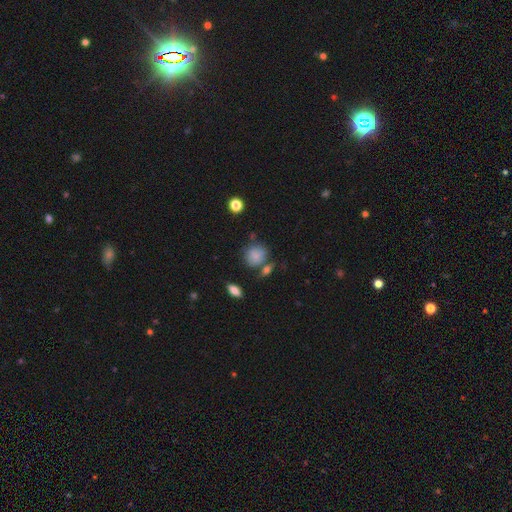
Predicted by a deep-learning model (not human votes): Smooth or featured?
  - smooth: 79% *
  - featured or disk: 11%
  - star or artifact: 10%
How rounded?
  - round: 76% *
  - in between: 23%
  - cigar-shaped: 1%
Merging?
  - none: 60% *
  - minor disturbance: 19%
  - merger: 15%
  - major disturbance: 7%